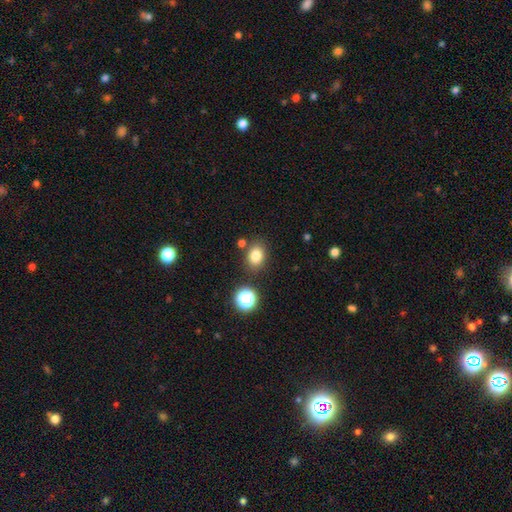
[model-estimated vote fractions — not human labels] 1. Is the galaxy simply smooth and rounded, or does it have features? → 80% smooth, 13% star or artifact, 7% featured or disk.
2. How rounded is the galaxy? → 62% in between, 37% round, 1% cigar-shaped.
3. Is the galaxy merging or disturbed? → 79% none, 11% minor disturbance, 7% merger, 3% major disturbance.